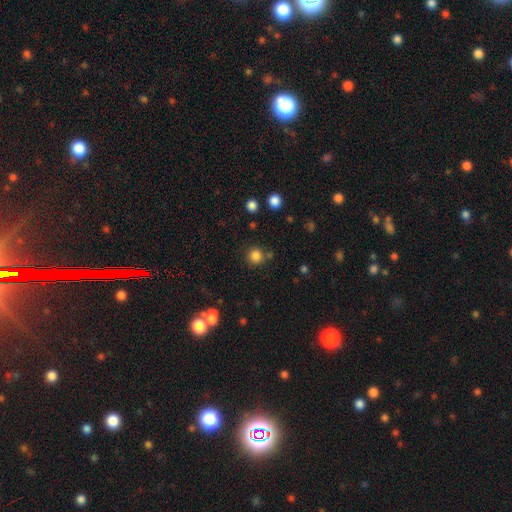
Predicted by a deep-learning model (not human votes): The model was most divided on "smooth or featured": smooth: 83%, star or artifact: 13%, featured or disk: 4%. More confident: how rounded — round (93%); merging — none (80%).